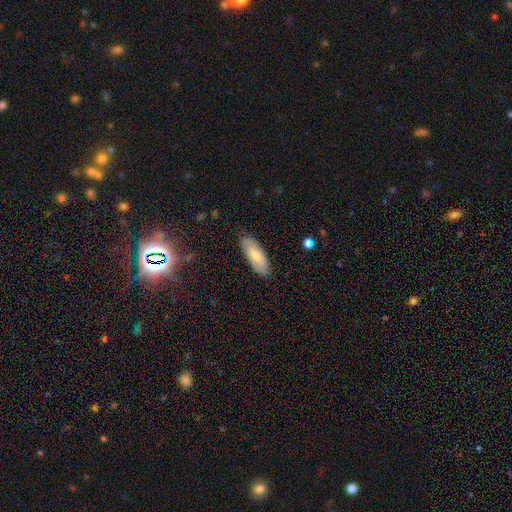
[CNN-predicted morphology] A smooth galaxy with no disk features (65%) that is in between round and cigar-shaped (75%). Merging: none (84%).